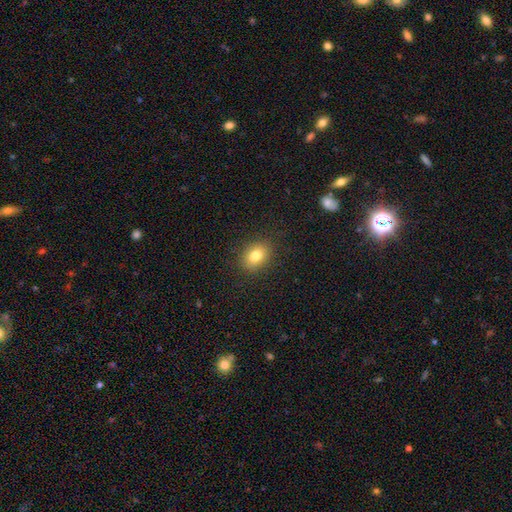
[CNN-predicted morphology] A smooth galaxy with no disk features (80%) that is in between round and cigar-shaped (65%). Merging: none (87%).